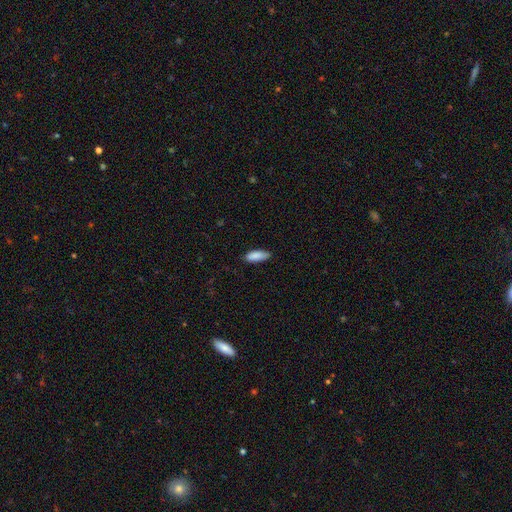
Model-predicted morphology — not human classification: A smooth galaxy with no disk features (89%) that is in between round and cigar-shaped (71%).

Vote fractions:
- Smooth or featured? smooth: 89% / star or artifact: 6% / featured or disk: 5%
- How rounded? in between: 71% / cigar-shaped: 28% / round: 2%
- Merging? none: 83% / minor disturbance: 14% / major disturbance: 2% / merger: 1%